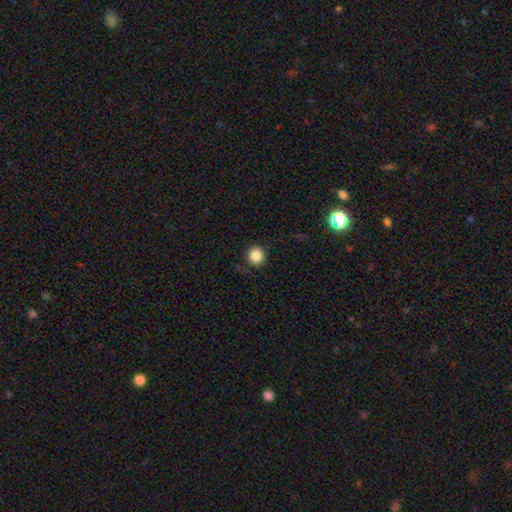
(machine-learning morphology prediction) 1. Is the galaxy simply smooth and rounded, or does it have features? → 85% smooth, 11% star or artifact, 5% featured or disk.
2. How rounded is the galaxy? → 94% round, 5% in between, 1% cigar-shaped.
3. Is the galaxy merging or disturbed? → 88% none, 8% minor disturbance, 3% major disturbance, 1% merger.